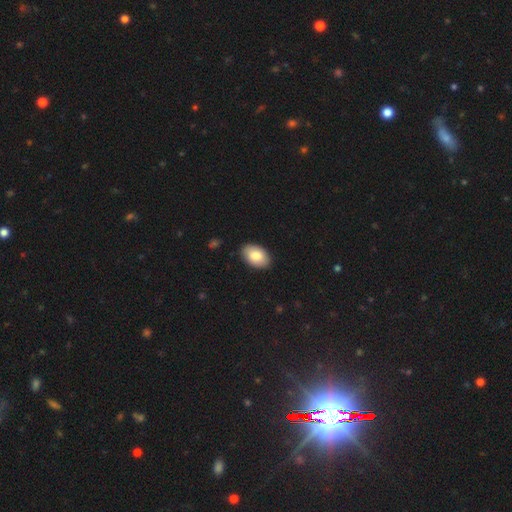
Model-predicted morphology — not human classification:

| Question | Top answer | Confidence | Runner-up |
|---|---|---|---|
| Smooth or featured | smooth | 84% | featured or disk (10%) |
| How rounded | in between | 92% | round (7%) |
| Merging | none | 89% | minor disturbance (9%) |